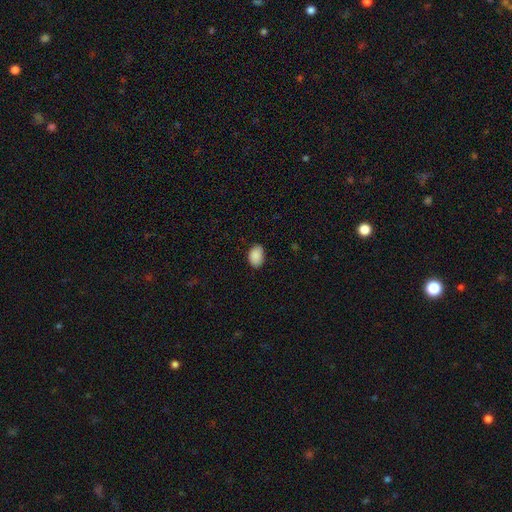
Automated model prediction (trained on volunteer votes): A smooth galaxy with no disk features (90%) that is in between round and cigar-shaped (84%).

Vote fractions:
- Smooth or featured? smooth: 90% / star or artifact: 7% / featured or disk: 3%
- How rounded? in between: 84% / round: 15% / cigar-shaped: 1%
- Merging? none: 83% / minor disturbance: 14% / major disturbance: 2% / merger: 1%